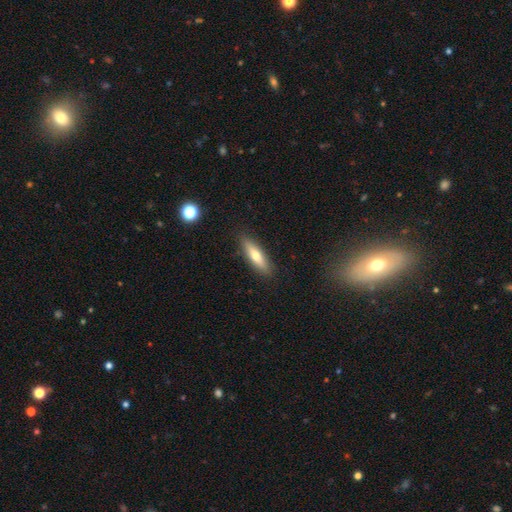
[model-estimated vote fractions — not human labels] A smooth galaxy with no disk features (64%) that is cigar-shaped (62%). Merging: none (88%).